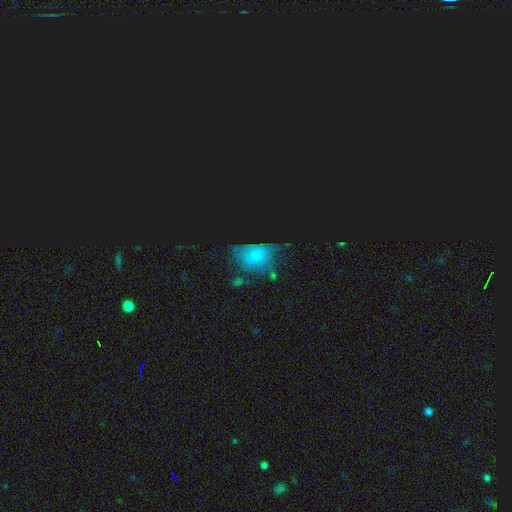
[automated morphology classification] Q: Smooth or featured?
A: smooth (44%); runner-up: star or artifact (28%)
Q: Merging?
A: none (39%); runner-up: minor disturbance (29%)